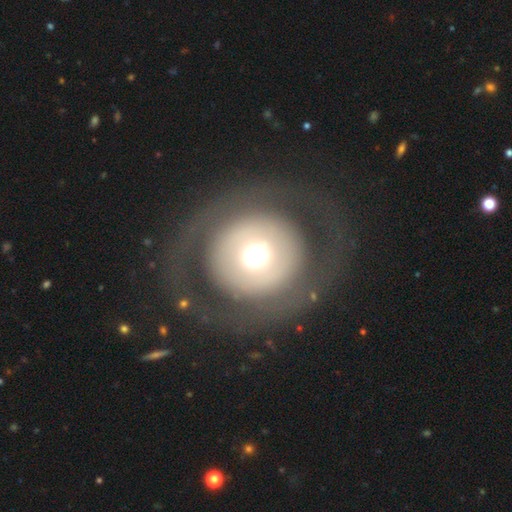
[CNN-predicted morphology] type=smooth (52%); roundness=round (94%); merging=none (65%).